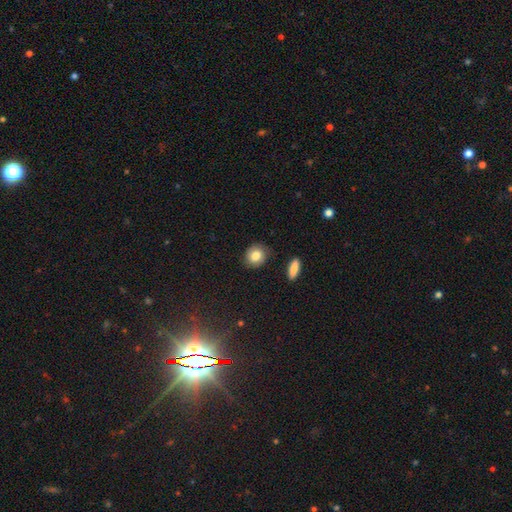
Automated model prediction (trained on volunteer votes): Smooth or featured?
  - smooth: 79% *
  - featured or disk: 13%
  - star or artifact: 8%
How rounded?
  - round: 75% *
  - in between: 24%
  - cigar-shaped: 1%
Merging?
  - none: 80% *
  - minor disturbance: 14%
  - major disturbance: 3%
  - merger: 2%